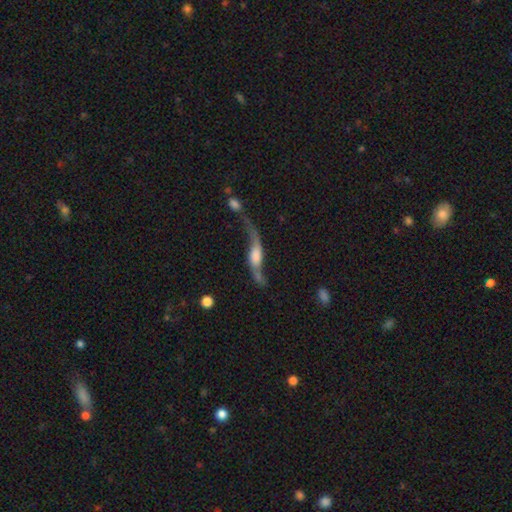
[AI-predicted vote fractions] A featured or disk galaxy (72%) with no bar (53%), spiral arms (84%) and a large central bulge (33%). Merging: none (31%).